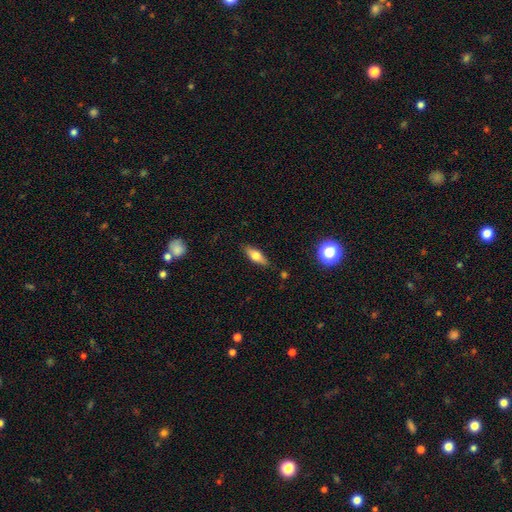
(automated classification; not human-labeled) A smooth galaxy with no disk features (63%) that is in between round and cigar-shaped (62%).

Vote fractions:
- Smooth or featured? smooth: 63% / featured or disk: 29% / star or artifact: 8%
- How rounded? in between: 62% / cigar-shaped: 34% / round: 4%
- Merging? none: 85% / minor disturbance: 11% / major disturbance: 2% / merger: 2%